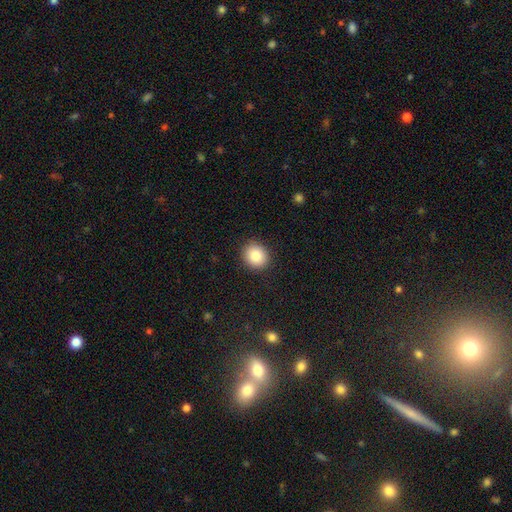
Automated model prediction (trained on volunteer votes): Morphology: type=smooth (86%); roundness=round (79%); merging=none (90%).